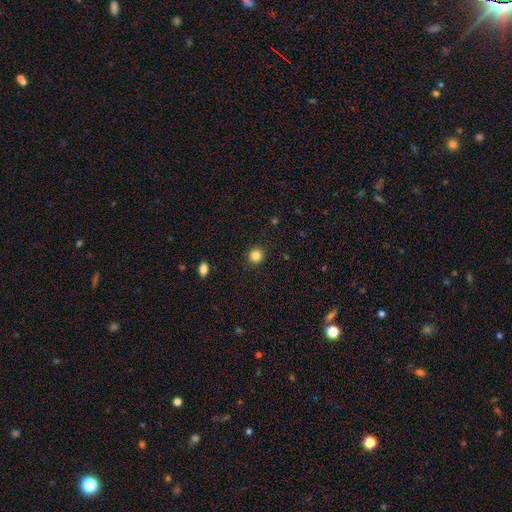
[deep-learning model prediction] Smooth or featured?
  - smooth: 85% *
  - star or artifact: 11%
  - featured or disk: 4%
How rounded?
  - round: 92% *
  - in between: 7%
  - cigar-shaped: 1%
Merging?
  - none: 92% *
  - minor disturbance: 5%
  - major disturbance: 2%
  - merger: 1%